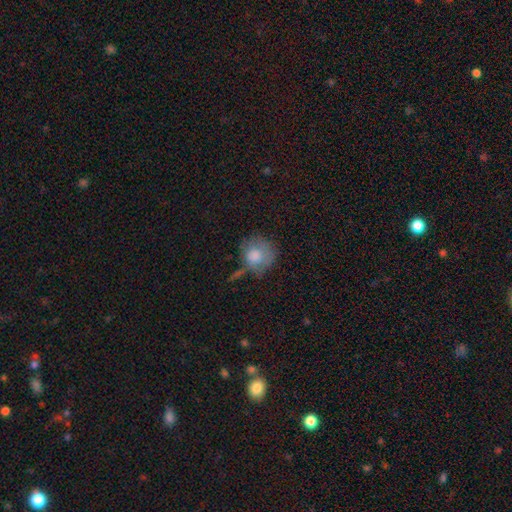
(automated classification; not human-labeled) The model was most divided on "merging": none: 46%, minor disturbance: 26%, major disturbance: 17%, merger: 11%. More confident: how rounded — round (82%); smooth or featured — smooth (76%).